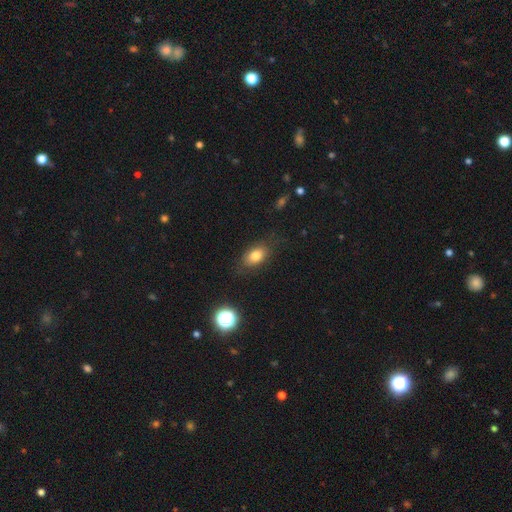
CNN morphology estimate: Smooth or featured?
  - smooth: 78% *
  - featured or disk: 12%
  - star or artifact: 11%
How rounded?
  - in between: 85% *
  - round: 12%
  - cigar-shaped: 3%
Merging?
  - none: 78% *
  - minor disturbance: 15%
  - major disturbance: 5%
  - merger: 2%